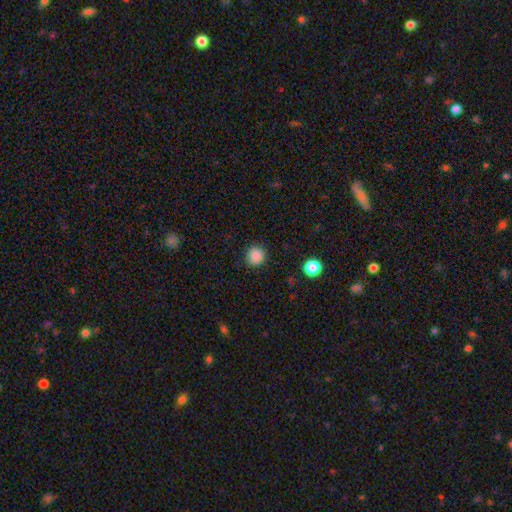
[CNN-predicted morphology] This appears to be a smooth galaxy with no disk features (87%) that is round (92%). Merging: none (89%).